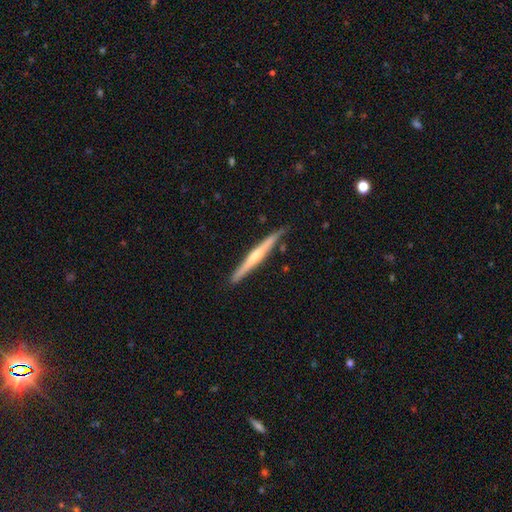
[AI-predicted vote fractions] Smooth or featured? Predicted: featured or disk (p=0.61). Edge-on disk? Predicted: yes (p=0.97). Edge-on bulge? Predicted: rounded (p=0.55). Merging? Predicted: none (p=0.84).